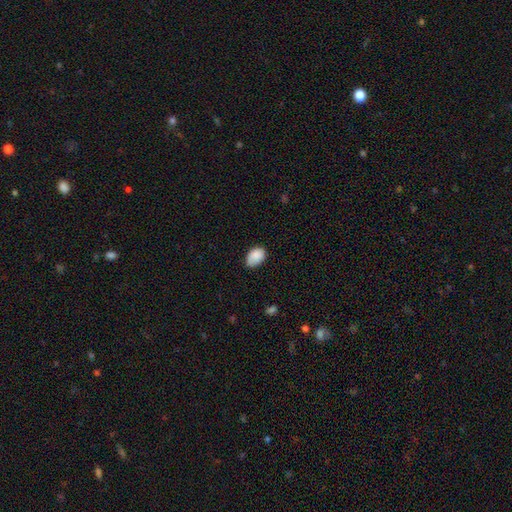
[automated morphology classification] Smooth or featured? Predicted: smooth (p=0.88). How rounded? Predicted: in between (p=0.88). Merging? Predicted: none (p=0.66).